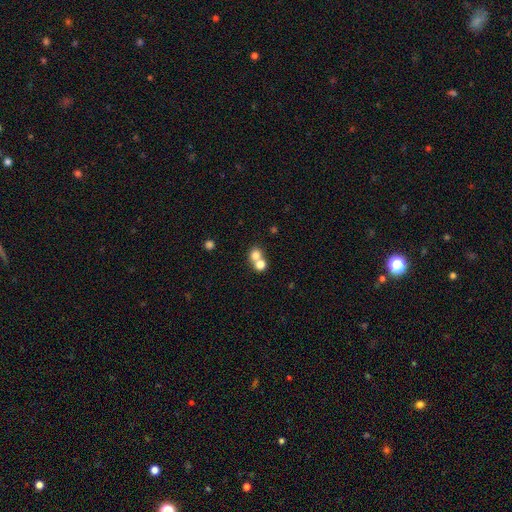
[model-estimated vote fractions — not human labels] A smooth galaxy with no disk features (76%) that is round (81%).

Vote fractions:
- Smooth or featured? smooth: 76% / star or artifact: 13% / featured or disk: 11%
- How rounded? round: 81% / in between: 18% / cigar-shaped: 1%
- Merging? merger: 52% / none: 40% / minor disturbance: 5% / major disturbance: 3%